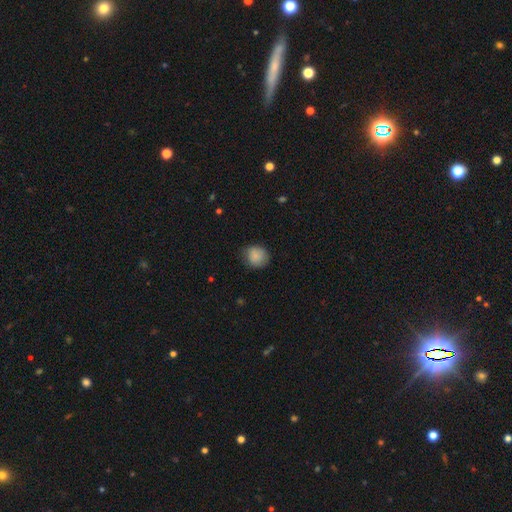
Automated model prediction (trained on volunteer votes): smooth-or-featured: smooth: 86% | star or artifact: 8% | featured or disk: 6%
  how-rounded: round: 79% | in between: 20% | cigar-shaped: 1%
  merging: none: 77% | minor disturbance: 18% | major disturbance: 4% | merger: 1%